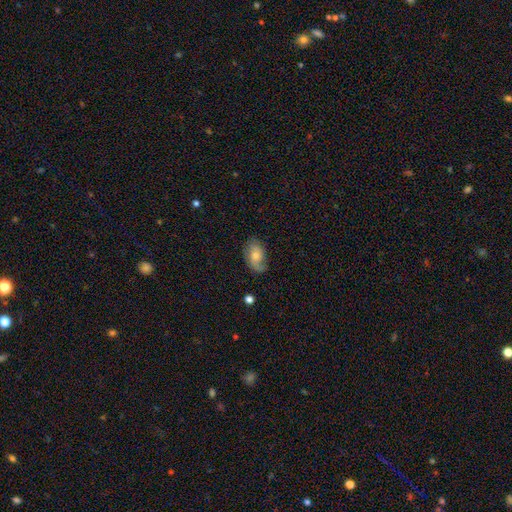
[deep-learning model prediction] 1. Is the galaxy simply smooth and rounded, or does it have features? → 57% smooth, 35% featured or disk, 8% star or artifact.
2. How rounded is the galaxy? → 90% in between, 8% round, 2% cigar-shaped.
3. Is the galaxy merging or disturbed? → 64% none, 25% minor disturbance, 9% major disturbance, 2% merger.